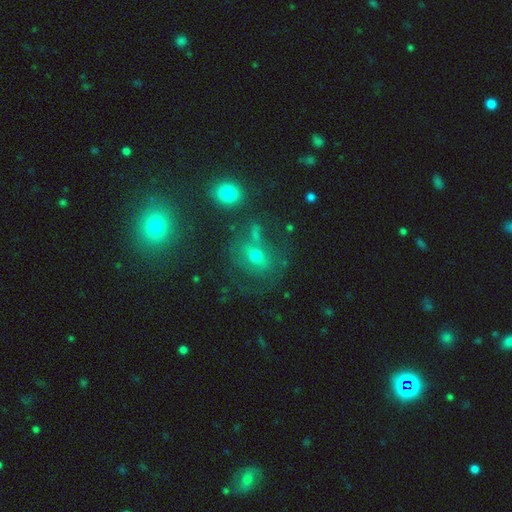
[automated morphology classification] Q: Smooth or featured?
A: smooth (41%); runner-up: featured or disk (31%)
Q: Merging?
A: none (59%); runner-up: minor disturbance (16%)